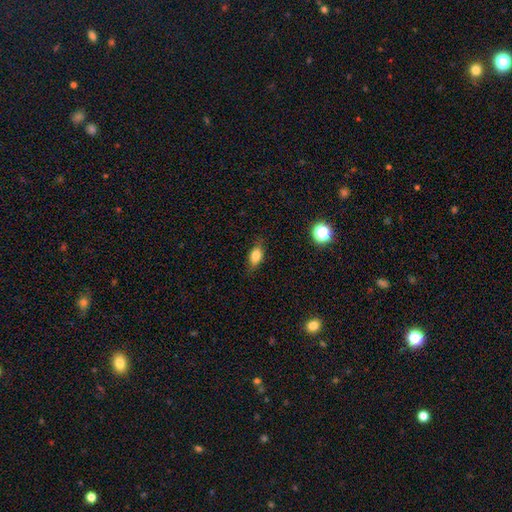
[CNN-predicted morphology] smooth 81%, featured or disk 10%, star or artifact 9%. Down the decision tree: how rounded — in between (81%); merging — none (81%).